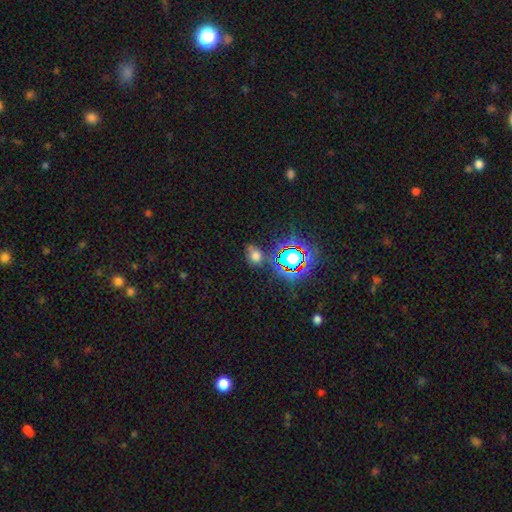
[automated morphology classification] The model was most divided on "smooth or featured": smooth: 53%, star or artifact: 37%, featured or disk: 10%. More confident: merging — none (64%); how rounded — in between (60%).